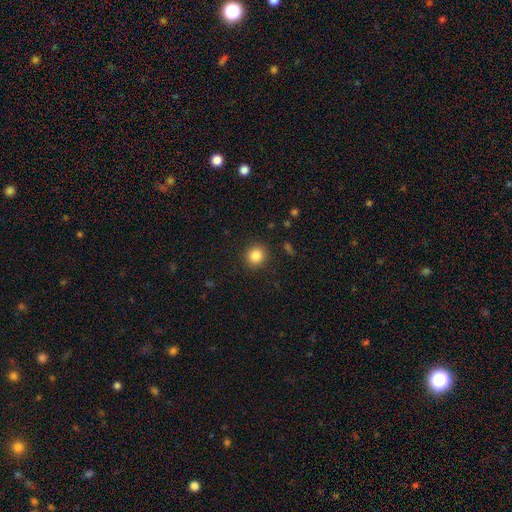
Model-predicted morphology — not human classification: Smooth or featured?
  - smooth: 85% *
  - star or artifact: 10%
  - featured or disk: 5%
How rounded?
  - round: 90% *
  - in between: 9%
  - cigar-shaped: 1%
Merging?
  - none: 90% *
  - minor disturbance: 6%
  - major disturbance: 2%
  - merger: 1%